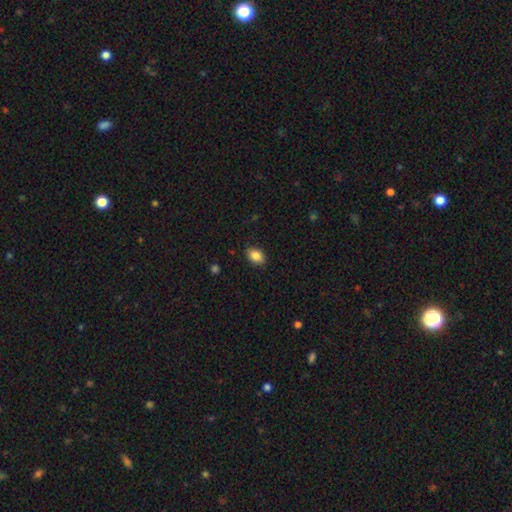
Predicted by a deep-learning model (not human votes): Smooth or featured? smooth (87%)
How rounded? in between (86%)
Merging? none (87%)